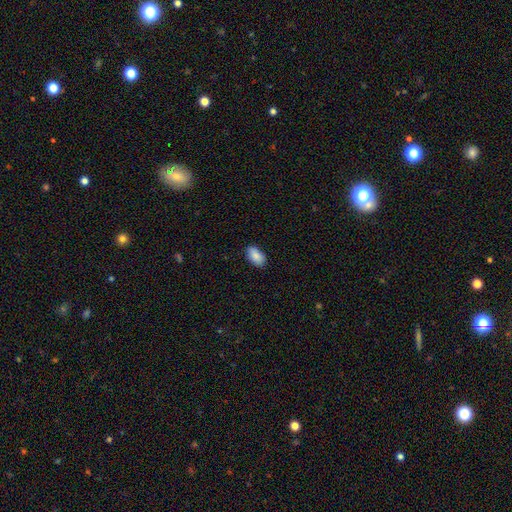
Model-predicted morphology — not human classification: smooth_or_featured: smooth (p=0.88) [alt: star or artifact p=0.07]
how_rounded: in between (p=0.94) [alt: round p=0.04]
merging: none (p=0.85) [alt: minor disturbance p=0.11]